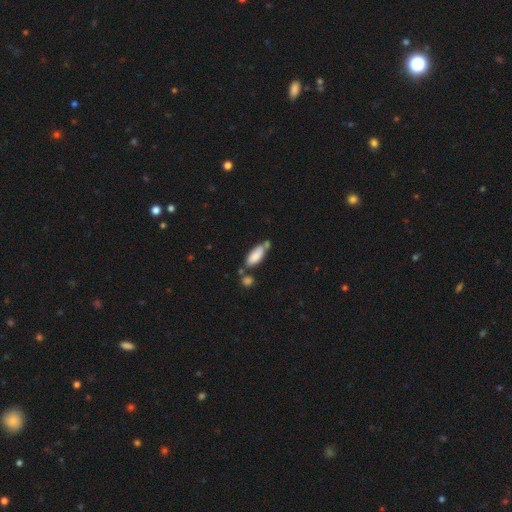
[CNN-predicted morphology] A smooth galaxy with no disk features (83%) that is in between round and cigar-shaped (74%). Merging: none (53%).